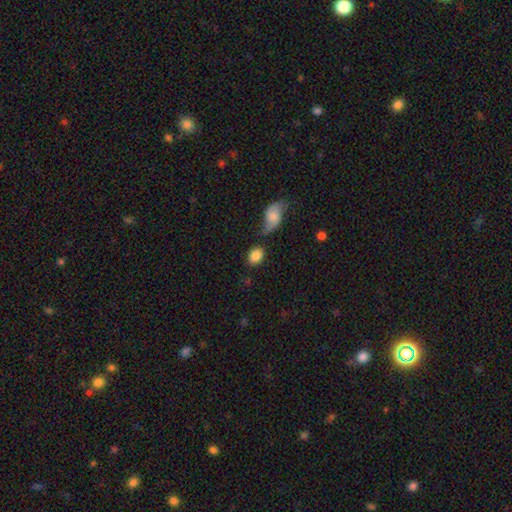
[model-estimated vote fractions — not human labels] Smooth or featured? Predicted: smooth (p=0.84). How rounded? Predicted: in between (p=0.66). Merging? Predicted: none (p=0.61).